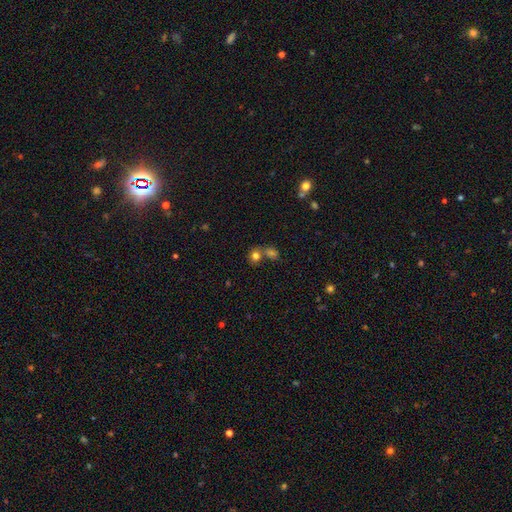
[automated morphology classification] smooth-or-featured: smooth: 76% | star or artifact: 15% | featured or disk: 9%
  how-rounded: round: 72% | in between: 27% | cigar-shaped: 1%
  merging: none: 48% | merger: 39% | minor disturbance: 9% | major disturbance: 4%